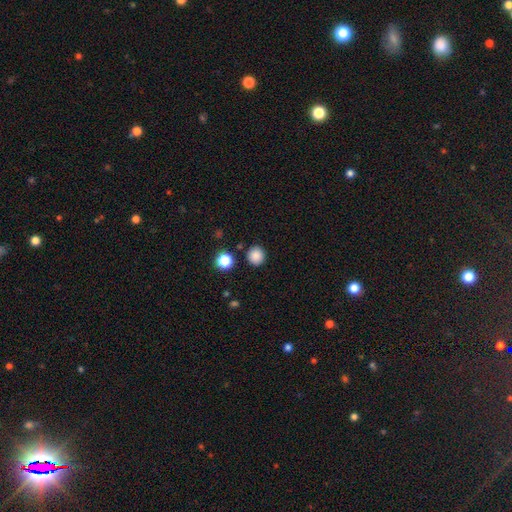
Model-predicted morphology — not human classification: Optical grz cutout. It shows a smooth galaxy with no disk features (86%) that is round (91%). Merging: none (89%).